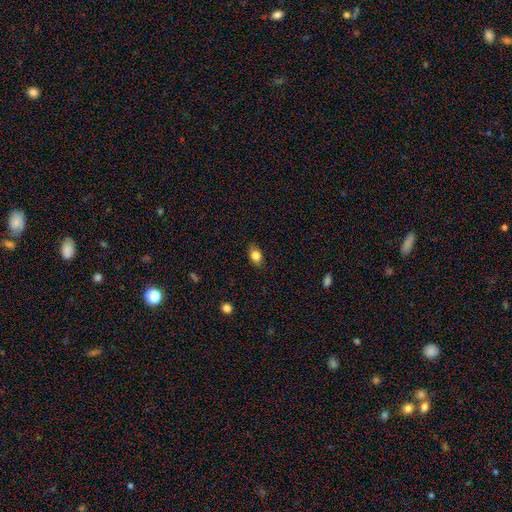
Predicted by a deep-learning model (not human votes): The model was most divided on "how rounded": in between: 74%, round: 24%, cigar-shaped: 2%. More confident: merging — none (84%); smooth or featured — smooth (82%).